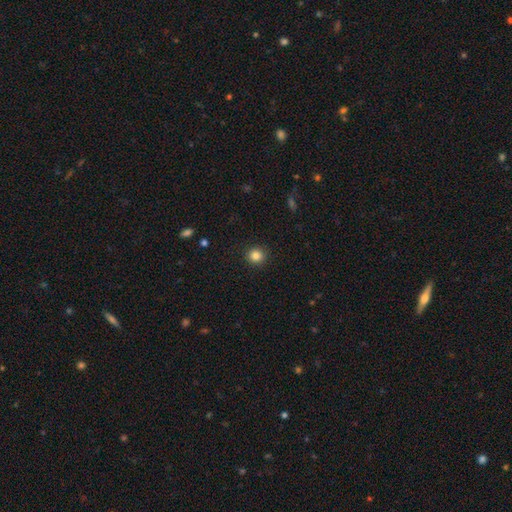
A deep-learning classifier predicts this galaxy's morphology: smooth-or-featured: smooth: 84% | star or artifact: 11% | featured or disk: 5%
  how-rounded: round: 91% | in between: 8% | cigar-shaped: 1%
  merging: none: 92% | minor disturbance: 5% | major disturbance: 2% | merger: 1%